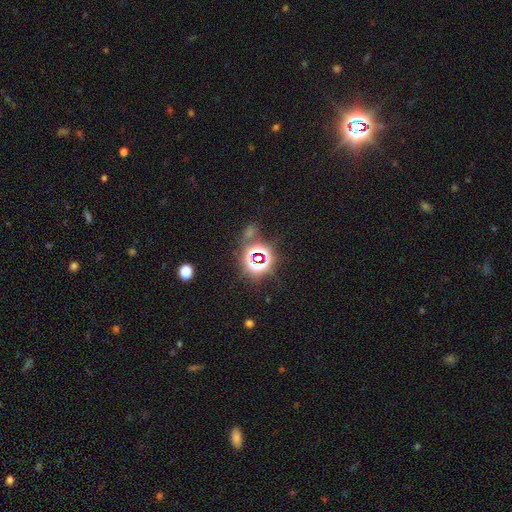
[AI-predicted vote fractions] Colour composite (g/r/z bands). It shows a star or artifact, not a galaxy (76%).